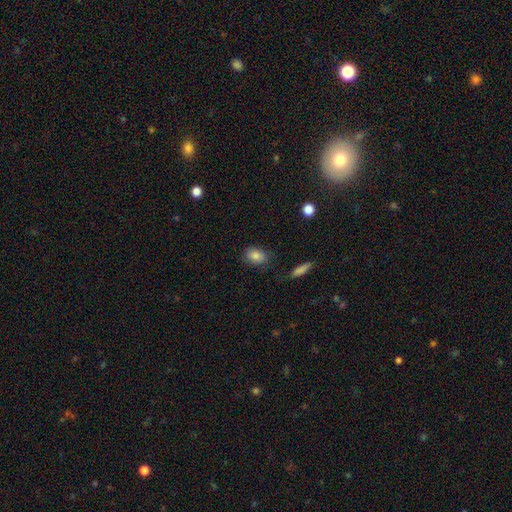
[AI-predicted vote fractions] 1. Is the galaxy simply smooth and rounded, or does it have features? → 84% smooth, 8% star or artifact, 7% featured or disk.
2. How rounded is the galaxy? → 77% in between, 21% round, 2% cigar-shaped.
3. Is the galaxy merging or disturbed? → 78% none, 16% minor disturbance, 4% major disturbance, 2% merger.